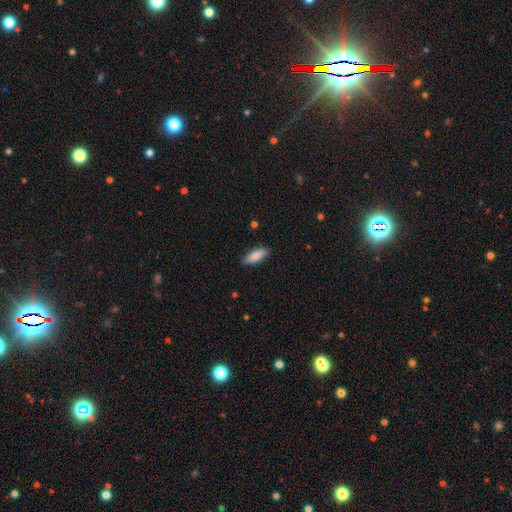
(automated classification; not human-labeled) This appears to be a smooth galaxy with no disk features (86%) that is in between round and cigar-shaped (61%). Merging: none (87%).